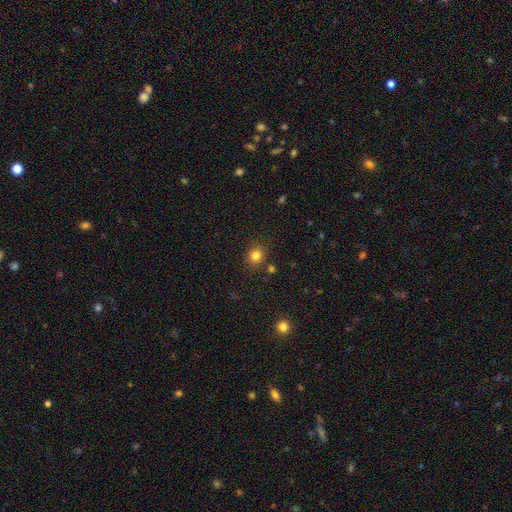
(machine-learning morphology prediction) Smooth or featured? Predicted: smooth (p=0.82). How rounded? Predicted: round (p=0.80). Merging? Predicted: none (p=0.84).